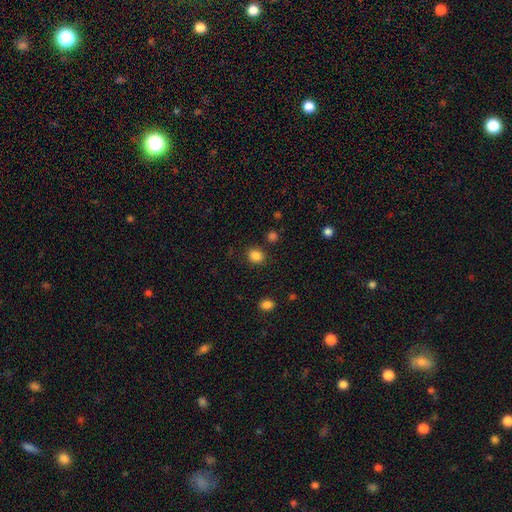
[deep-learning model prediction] smooth_or_featured: smooth (p=0.85) [alt: star or artifact p=0.11]
how_rounded: round (p=0.67) [alt: in between p=0.32]
merging: none (p=0.85) [alt: minor disturbance p=0.09]